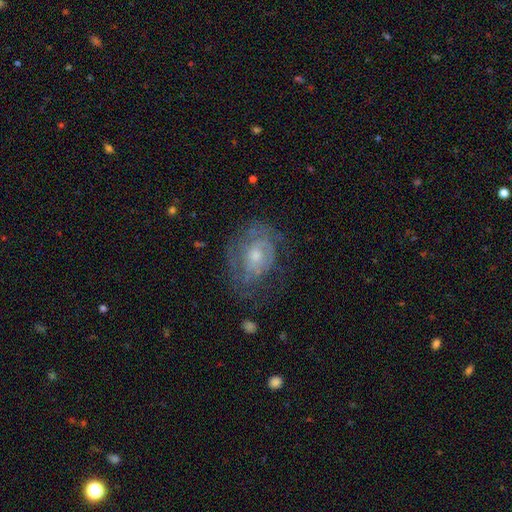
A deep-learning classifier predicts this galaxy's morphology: featured or disk 67%, smooth 24%, star or artifact 9%. Down the decision tree: edge-on disk — no (96%); bar — no (73%); spiral arms — yes (68%); bulge size — moderate (47%); merging — none (58%).